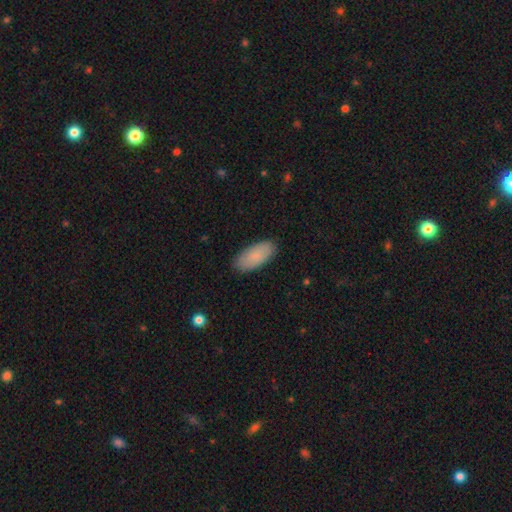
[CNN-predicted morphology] Q: Smooth or featured?
A: smooth (86%); runner-up: featured or disk (8%)
Q: How rounded?
A: in between (90%); runner-up: cigar-shaped (8%)
Q: Merging?
A: none (88%); runner-up: minor disturbance (9%)